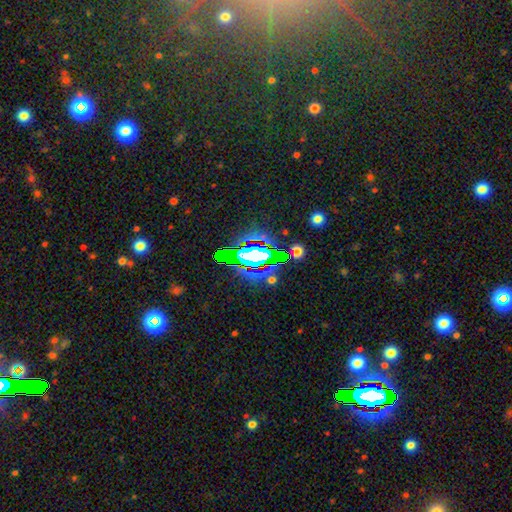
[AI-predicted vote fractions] star or artifact 57%, smooth 24%, featured or disk 19%.